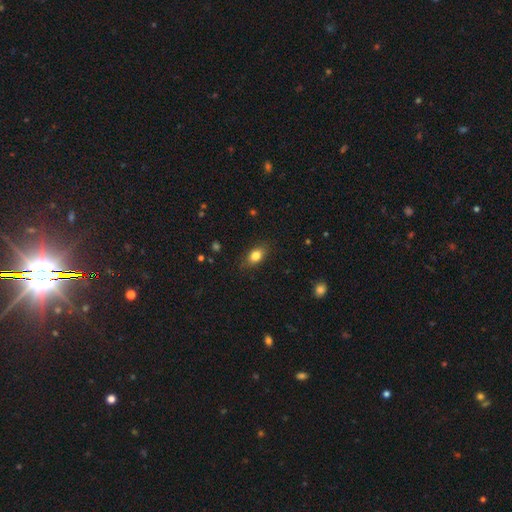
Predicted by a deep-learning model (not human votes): smooth_or_featured: smooth (p=0.82) [alt: featured or disk p=0.09]
how_rounded: in between (p=0.81) [alt: round p=0.15]
merging: none (p=0.82) [alt: minor disturbance p=0.13]